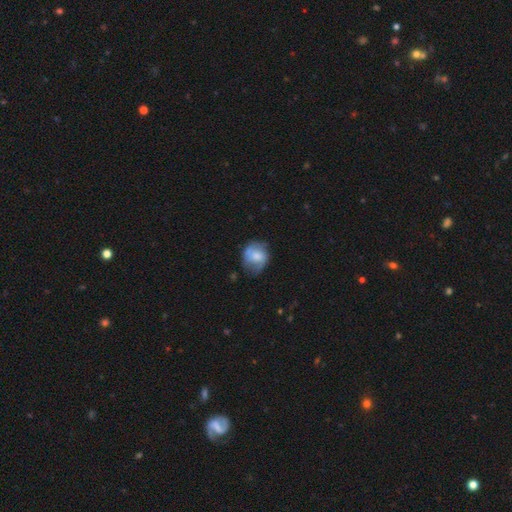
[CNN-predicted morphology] smooth 52%, featured or disk 40%, star or artifact 8%. Down the decision tree: how rounded — round (66%); merging — none (53%).